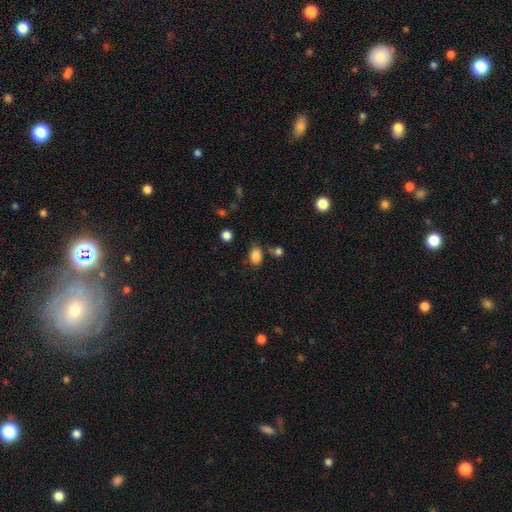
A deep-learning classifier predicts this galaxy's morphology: Smooth or featured: smooth — 84% (star or artifact — 11%)
How rounded: in between — 81% (round — 17%)
Merging: none — 68% (minor disturbance — 18%)